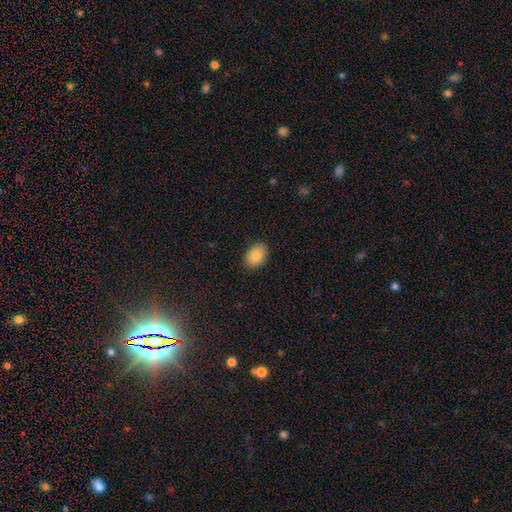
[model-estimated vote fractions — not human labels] smooth-or-featured: smooth: 87% | star or artifact: 8% | featured or disk: 5%
  how-rounded: in between: 77% | round: 22% | cigar-shaped: 1%
  merging: none: 88% | minor disturbance: 9% | major disturbance: 2% | merger: 1%